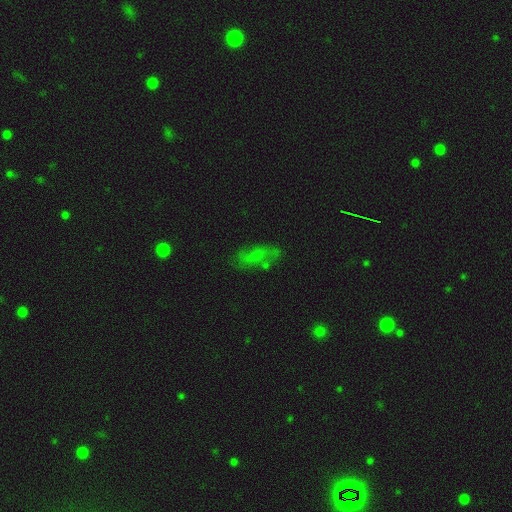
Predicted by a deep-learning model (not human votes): This is possibly a smooth galaxy (52%). How rounded: likely in between (78%). Merging: likely none (62%).